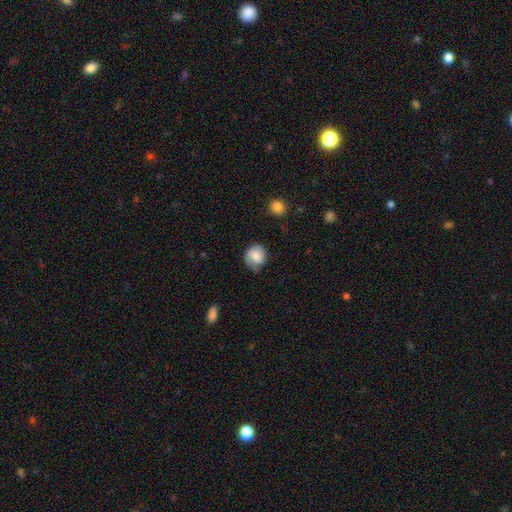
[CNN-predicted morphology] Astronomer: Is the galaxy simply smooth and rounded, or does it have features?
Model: smooth — 47% (runner-up: featured or disk, 46%).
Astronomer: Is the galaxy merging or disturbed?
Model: none — 62%.